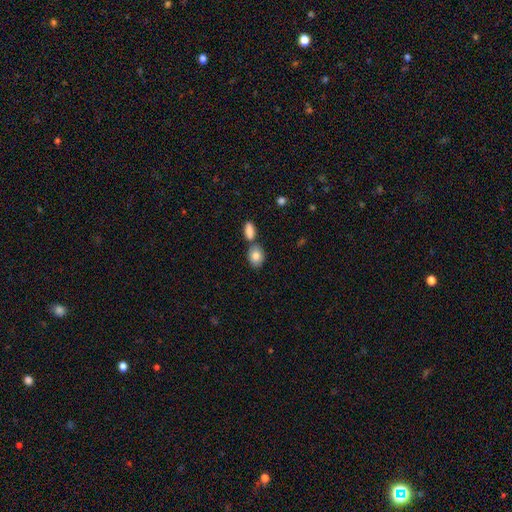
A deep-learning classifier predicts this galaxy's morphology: smooth-or-featured: smooth: 85% | featured or disk: 8% | star or artifact: 7%
  how-rounded: in between: 67% | round: 31% | cigar-shaped: 2%
  merging: none: 60% | merger: 27% | minor disturbance: 11% | major disturbance: 3%